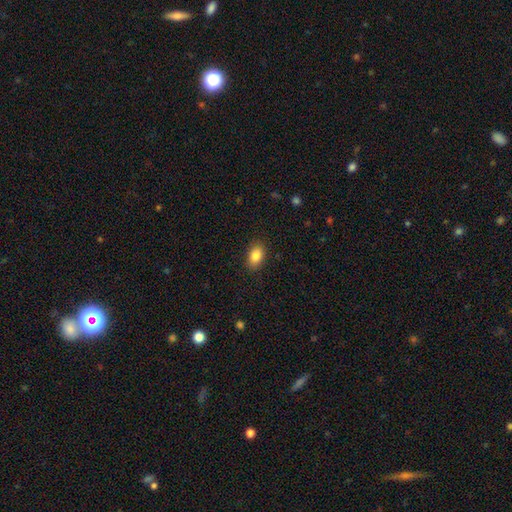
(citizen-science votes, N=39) Smooth or featured? smooth (87%)
How rounded? in between (91%)
Merging? none (95%)